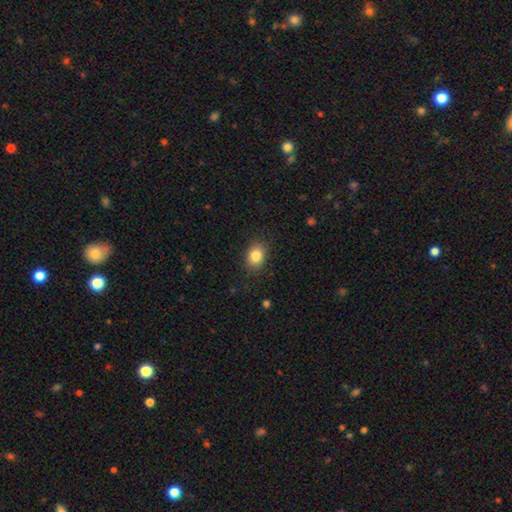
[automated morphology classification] Overall: smooth (85%). How rounded: in between (63%; round 36%). Merging: none (87%).